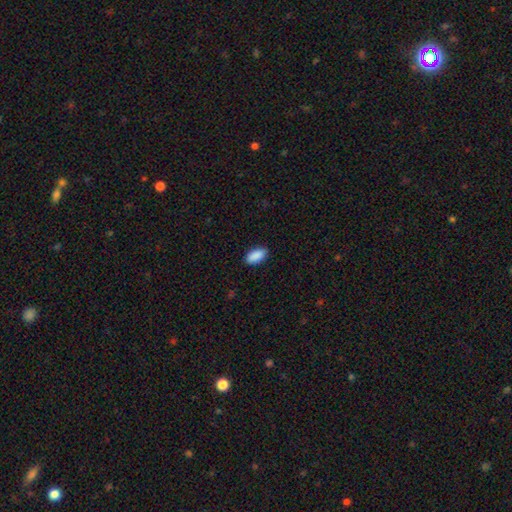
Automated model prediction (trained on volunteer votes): A smooth galaxy with no disk features (90%) that is in between round and cigar-shaped (92%). Merging: none (86%).